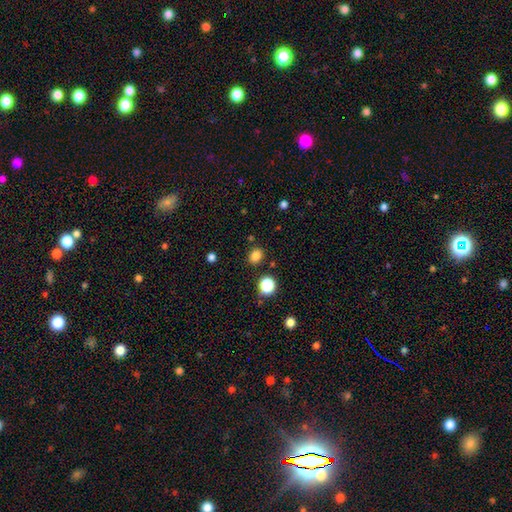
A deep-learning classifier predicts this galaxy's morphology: This appears to be a smooth galaxy with no disk features (81%) that is round (56%). Merging: none (84%).